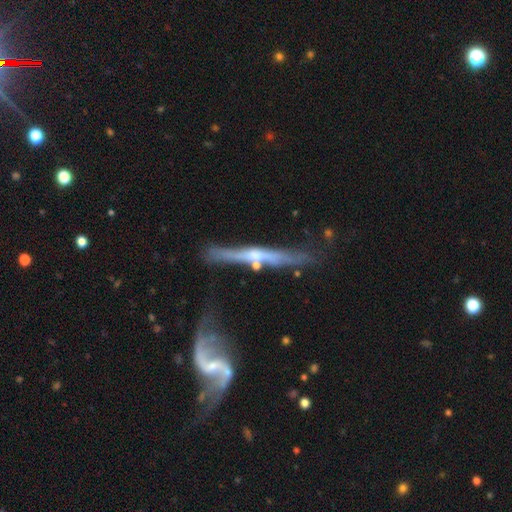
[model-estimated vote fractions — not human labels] Smooth or featured? Predicted: featured or disk (p=0.73). Edge-on disk? Predicted: yes (p=0.89). Edge-on bulge? Predicted: rounded (p=0.45, tied with none). Merging? Predicted: none (p=0.58).